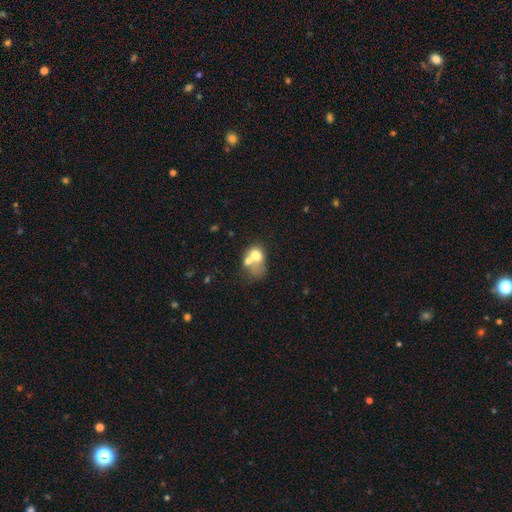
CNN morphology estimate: smooth_or_featured: smooth (p=0.62) [alt: featured or disk p=0.28]
how_rounded: in between (p=0.58) [alt: round p=0.41]
merging: merger (p=0.62) [alt: none p=0.18]